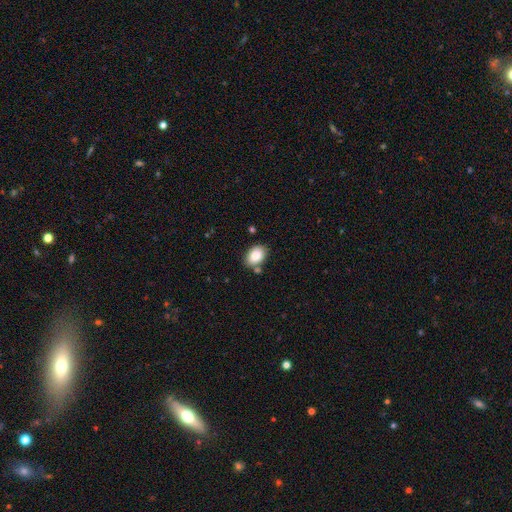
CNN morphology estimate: Smooth or featured: smooth — 86% (star or artifact — 8%)
How rounded: in between — 80% (round — 19%)
Merging: none — 73% (minor disturbance — 15%)